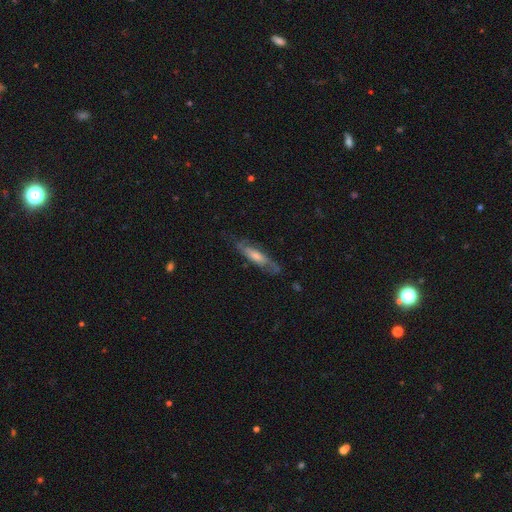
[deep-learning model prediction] The model was most divided on "edge-on disk": no: 59%, yes: 41%. More confident: merging — none (73%); smooth or featured — featured or disk (65%).